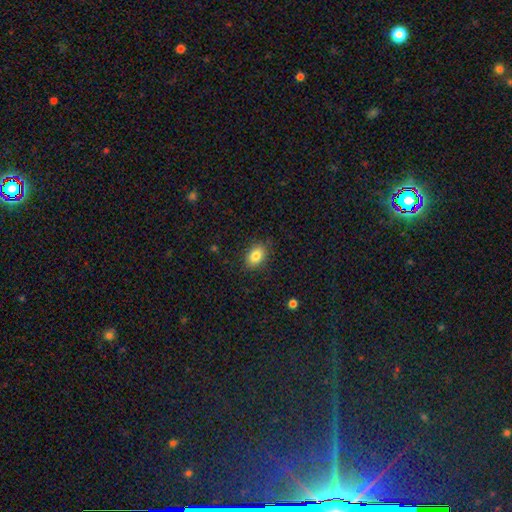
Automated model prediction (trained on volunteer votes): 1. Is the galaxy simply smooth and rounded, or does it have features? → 83% smooth, 9% star or artifact, 8% featured or disk.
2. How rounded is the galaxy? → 80% in between, 19% round, 1% cigar-shaped.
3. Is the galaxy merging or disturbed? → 86% none, 10% minor disturbance, 3% major disturbance, 1% merger.